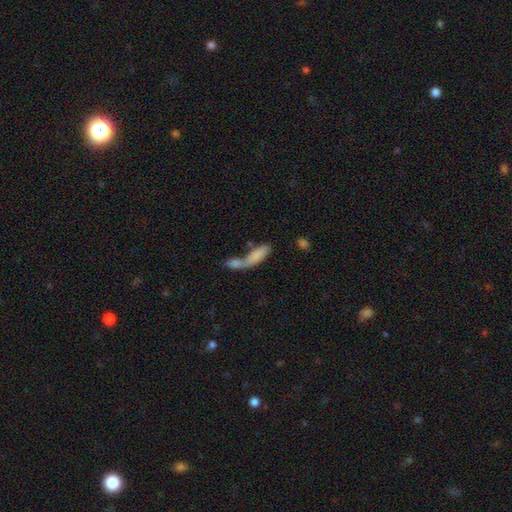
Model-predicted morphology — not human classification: smooth 77%, featured or disk 16%, star or artifact 7%. Down the decision tree: how rounded — in between (60%); merging — merger (68%).